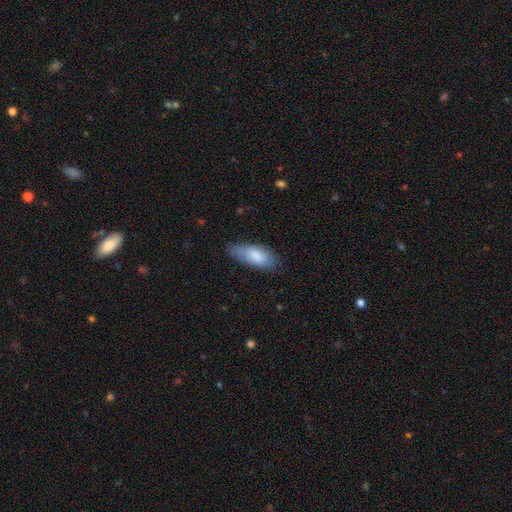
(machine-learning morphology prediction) A smooth galaxy with no disk features (82%) that is in between round and cigar-shaped (79%). Merging: none (68%).